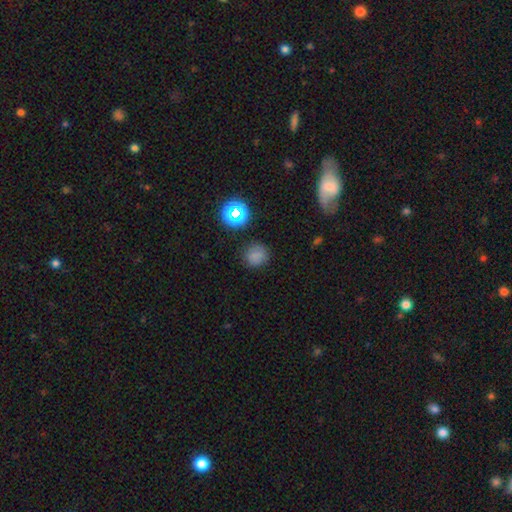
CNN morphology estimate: Smooth or featured?
  - smooth: 73% *
  - star or artifact: 21%
  - featured or disk: 7%
How rounded?
  - round: 86% *
  - in between: 13%
  - cigar-shaped: 1%
Merging?
  - none: 83% *
  - minor disturbance: 12%
  - major disturbance: 4%
  - merger: 2%